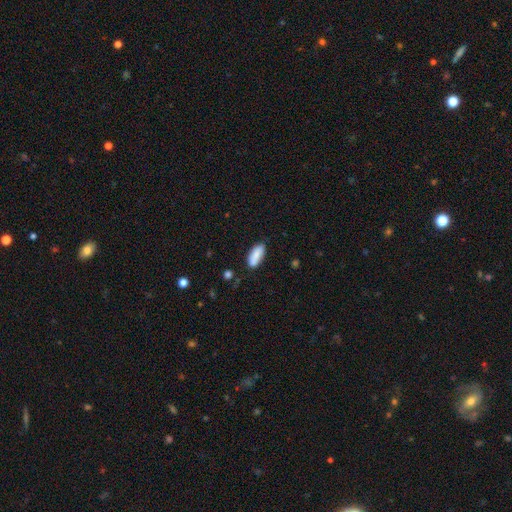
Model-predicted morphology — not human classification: The model was most divided on "merging": none: 74%, minor disturbance: 19%, merger: 4%, major disturbance: 3%. More confident: smooth or featured — smooth (86%); how rounded — in between (80%).